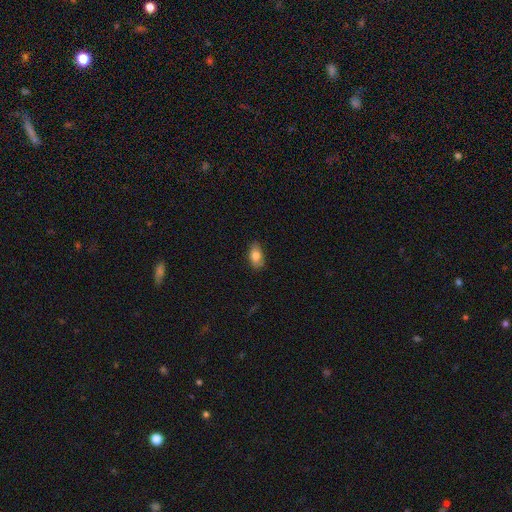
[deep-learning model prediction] smooth-or-featured: smooth: 81% | featured or disk: 11% | star or artifact: 7%
  how-rounded: in between: 89% | round: 6% | cigar-shaped: 5%
  merging: none: 82% | minor disturbance: 15% | major disturbance: 2% | merger: 1%